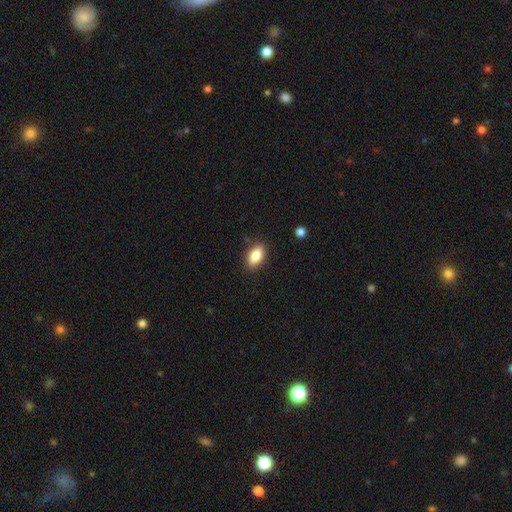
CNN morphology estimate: type=smooth (85%); roundness=in between (89%); merging=none (86%).